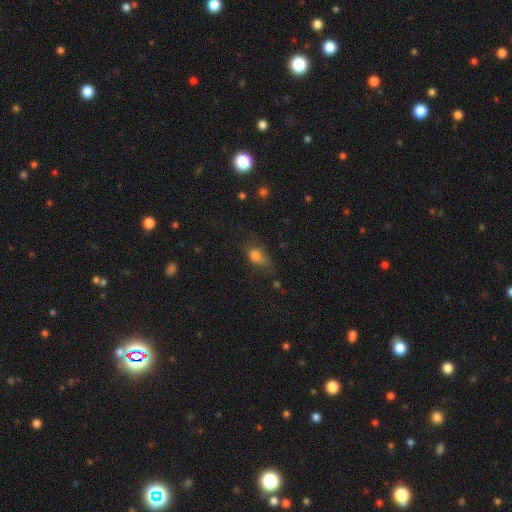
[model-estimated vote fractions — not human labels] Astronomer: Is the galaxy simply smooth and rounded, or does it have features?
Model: smooth — 77%.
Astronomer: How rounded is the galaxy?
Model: in between — 78%.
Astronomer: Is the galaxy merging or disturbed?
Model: none — 39% (runner-up: minor disturbance, 33%).